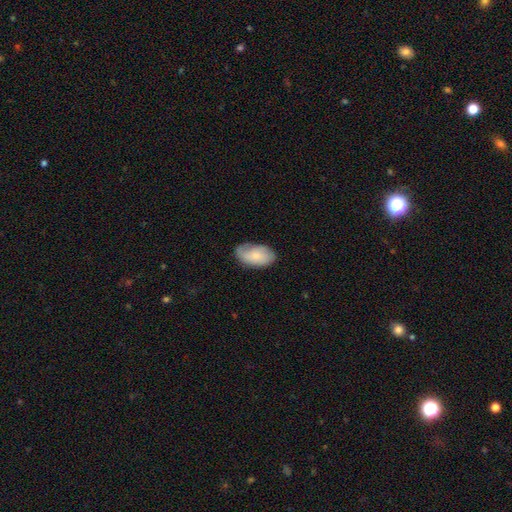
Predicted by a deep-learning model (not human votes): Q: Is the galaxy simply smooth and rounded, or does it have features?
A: smooth — 67%.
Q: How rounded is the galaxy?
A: in between — 94%.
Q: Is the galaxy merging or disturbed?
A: none — 61%.